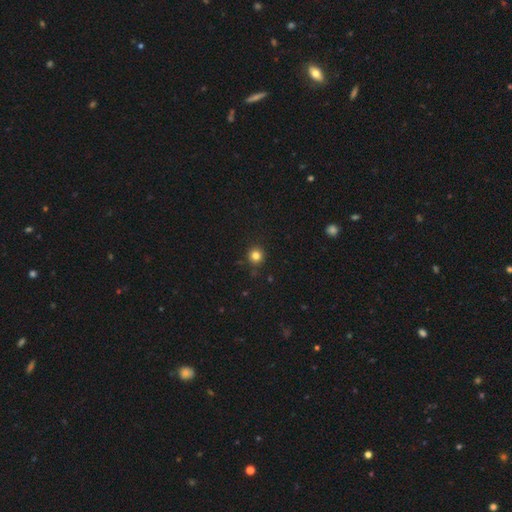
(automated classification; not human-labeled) Smooth or featured? smooth (82%)
How rounded? round (94%)
Merging? none (90%)